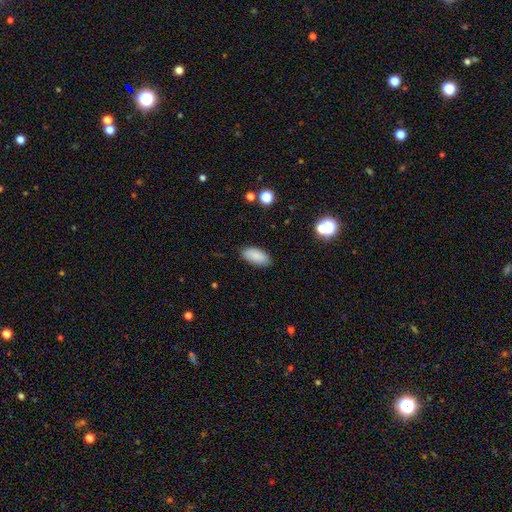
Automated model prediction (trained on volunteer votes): A smooth galaxy with no disk features (87%) that is in between round and cigar-shaped (91%). Merging: none (87%).